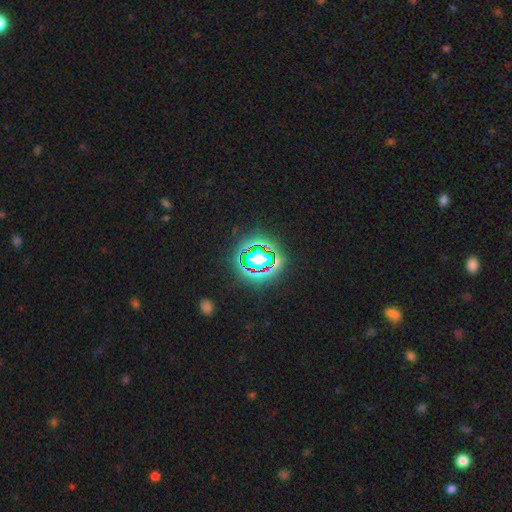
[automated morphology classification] Smooth or featured?
  - star or artifact: 67% *
  - smooth: 20%
  - featured or disk: 13%